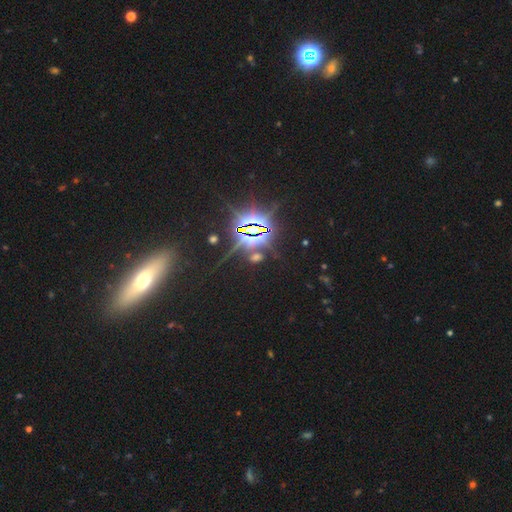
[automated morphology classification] This appears to be a star or artifact, not a galaxy (82%).